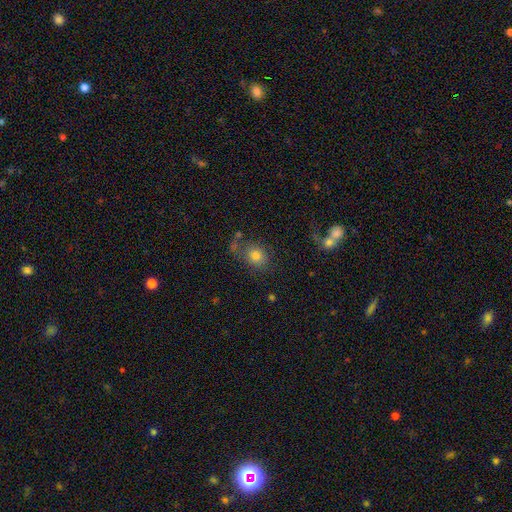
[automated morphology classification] The model was most divided on "how rounded": round: 62%, in between: 37%, cigar-shaped: 1%. More confident: smooth or featured — smooth (75%); merging — none (59%).